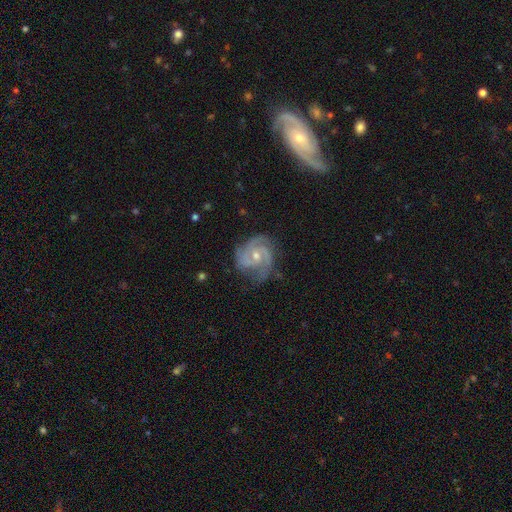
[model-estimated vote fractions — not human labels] A featured or disk galaxy (90%) with no bar (63%), 2 (46%) tight (49%) spiral arms (98%) and a moderate central bulge (53%).

Vote fractions:
- Smooth or featured? featured or disk: 90% / smooth: 6% / star or artifact: 4%
- Edge-on disk? no: 98% / yes: 2%
- Bar? no: 63% / weak: 31% / strong: 6%
- Spiral arms? yes: 98% / no: 2%
- Spiral winding? tight: 49% / medium: 44% / loose: 7%
- Spiral arm count? 2: 46% / 3: 38% / can't tell: 6% / 4: 4% / 1: 3% / more than 4: 3%
- Bulge size? moderate: 53% / small: 44% / none: 1% / large: 1% / dominant: 1%
- Merging? none: 69% / minor disturbance: 22% / major disturbance: 8% / merger: 1%